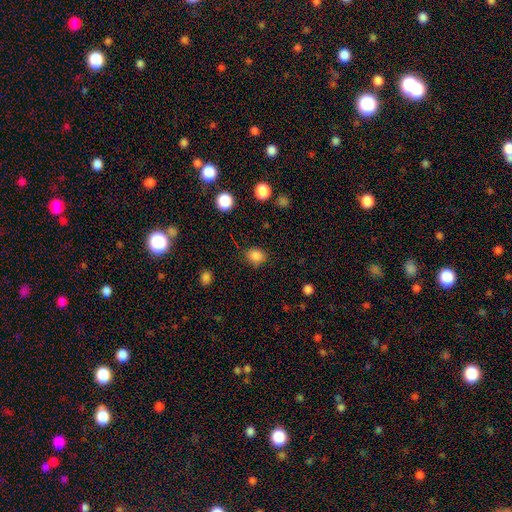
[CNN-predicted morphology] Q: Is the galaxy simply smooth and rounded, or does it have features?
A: smooth — 85%.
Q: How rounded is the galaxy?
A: round — 69%.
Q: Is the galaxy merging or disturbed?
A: none — 81%.